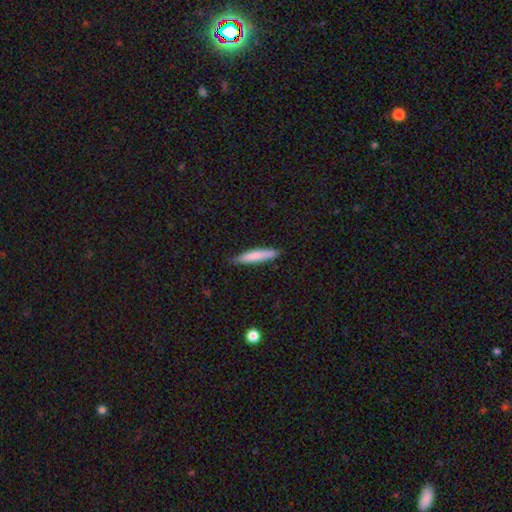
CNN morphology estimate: Q: Smooth or featured?
A: smooth (79%); runner-up: featured or disk (16%)
Q: How rounded?
A: cigar-shaped (88%); runner-up: in between (11%)
Q: Merging?
A: none (82%); runner-up: minor disturbance (15%)